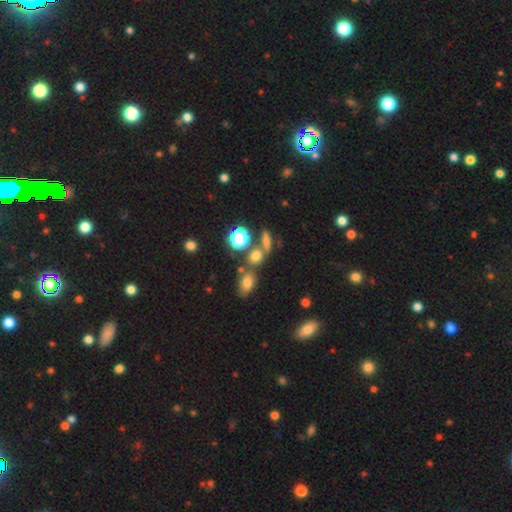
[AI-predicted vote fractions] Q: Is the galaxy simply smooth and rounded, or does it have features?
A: smooth — 65%.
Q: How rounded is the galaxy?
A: round — 54%.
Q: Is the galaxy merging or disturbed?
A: none — 54%.